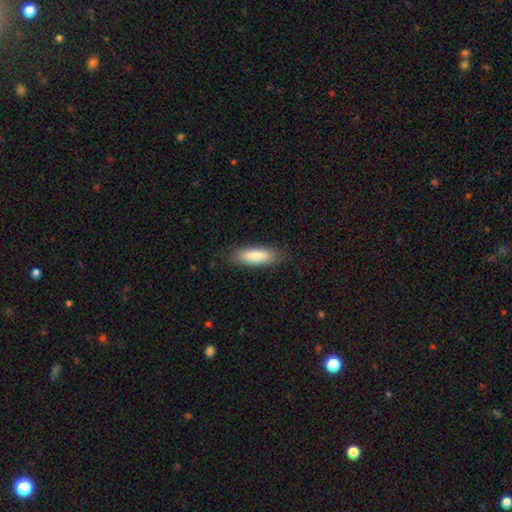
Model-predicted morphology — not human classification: A smooth galaxy with no disk features (85%) that is in between round and cigar-shaped (52%). Merging: none (86%).